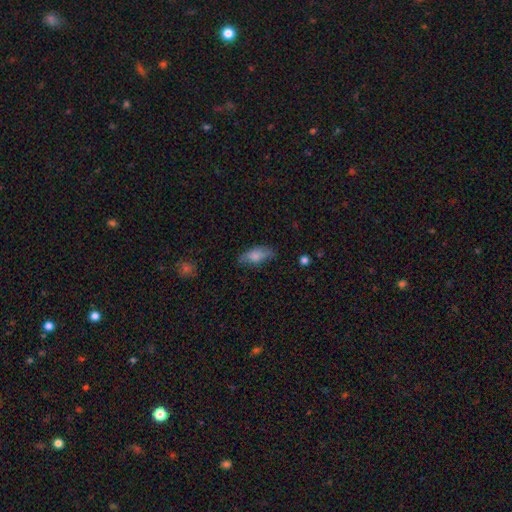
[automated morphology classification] smooth_or_featured: smooth (p=0.75) [alt: featured or disk p=0.17]
how_rounded: in between (p=0.78) [alt: cigar-shaped p=0.19]
merging: none (p=0.63) [alt: minor disturbance p=0.28]